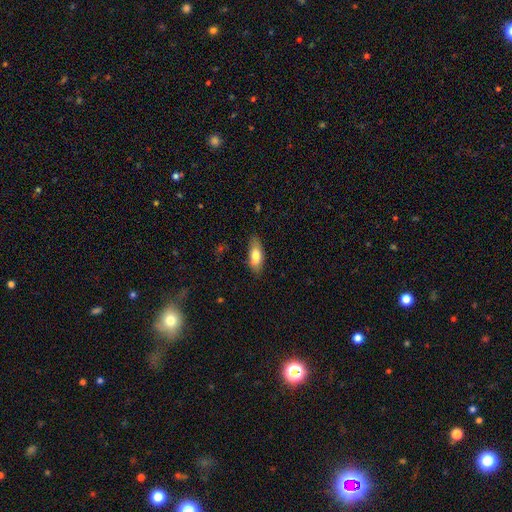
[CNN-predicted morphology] type=smooth (75%); roundness=in between (76%); merging=none (82%).